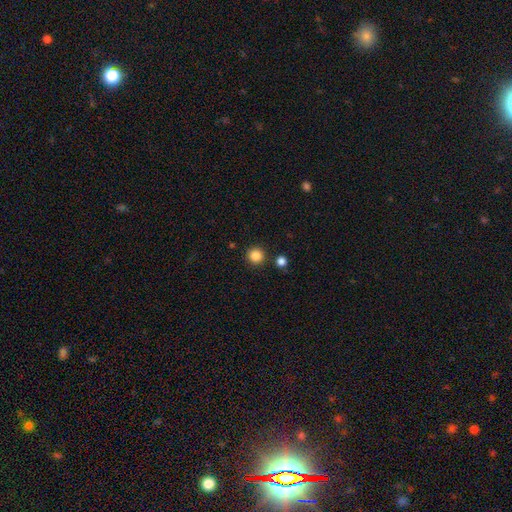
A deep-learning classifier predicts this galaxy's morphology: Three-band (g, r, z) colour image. It shows a smooth galaxy with no disk features (85%) that is round (95%). Merging: none (89%).